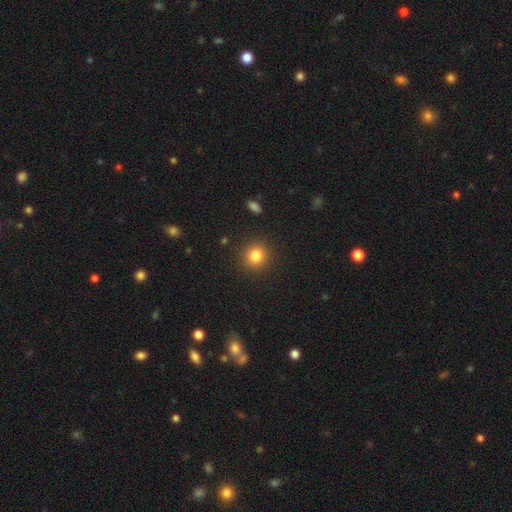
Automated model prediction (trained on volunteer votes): smooth-or-featured: smooth: 83% | star or artifact: 11% | featured or disk: 6%
  how-rounded: round: 88% | in between: 11% | cigar-shaped: 1%
  merging: none: 91% | minor disturbance: 6% | major disturbance: 2% | merger: 1%